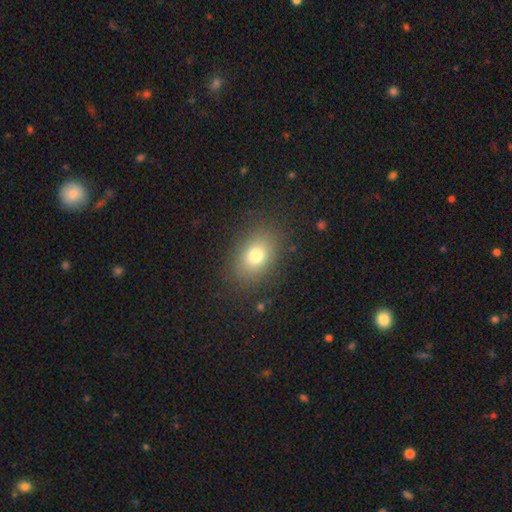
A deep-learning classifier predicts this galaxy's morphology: Smooth or featured? smooth (76%)
How rounded? in between (75%)
Merging? none (84%)